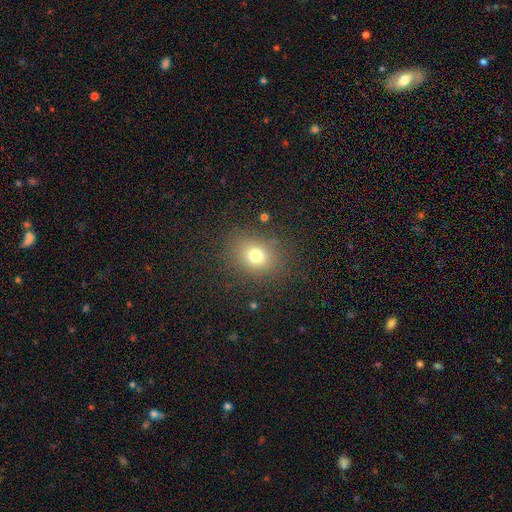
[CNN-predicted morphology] This appears to be a smooth galaxy with no disk features (74%) that is round (57%). Merging: none (84%).